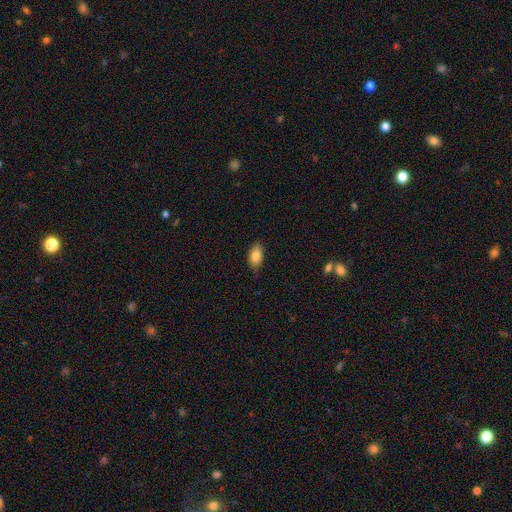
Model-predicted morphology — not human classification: Smooth or featured: smooth — 84% (featured or disk — 8%)
How rounded: in between — 91% (round — 7%)
Merging: none — 81% (minor disturbance — 15%)